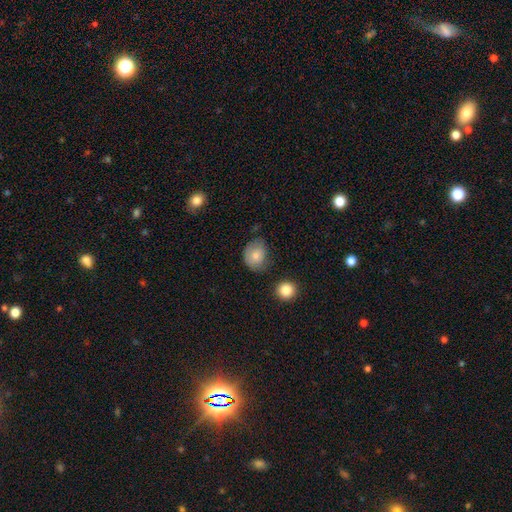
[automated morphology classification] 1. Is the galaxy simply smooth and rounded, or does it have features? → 74% smooth, 18% featured or disk, 9% star or artifact.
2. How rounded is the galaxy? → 56% round, 43% in between, 1% cigar-shaped.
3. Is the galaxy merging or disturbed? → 52% none, 33% minor disturbance, 11% major disturbance, 4% merger.